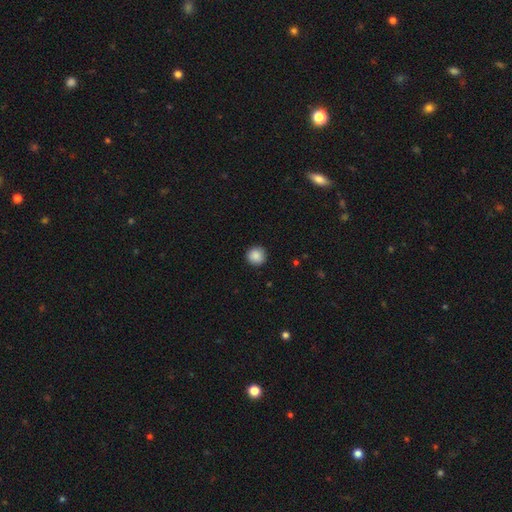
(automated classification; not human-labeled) The model was most divided on "smooth or featured": smooth: 88%, star or artifact: 9%, featured or disk: 4%. More confident: how rounded — round (94%); merging — none (90%).